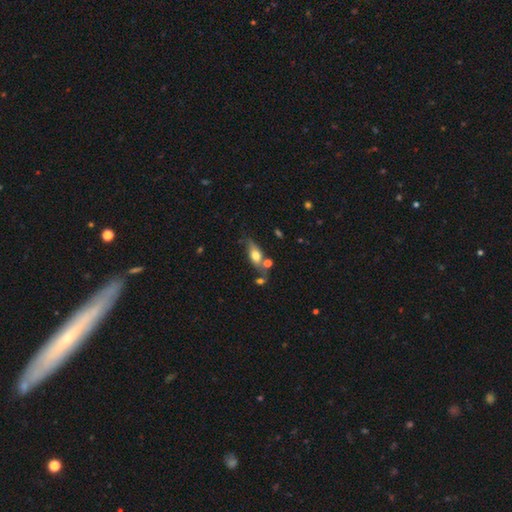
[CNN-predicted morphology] This appears to be a smooth galaxy with no disk features (62%) that is in between round and cigar-shaped (76%). Merging: none (52%).